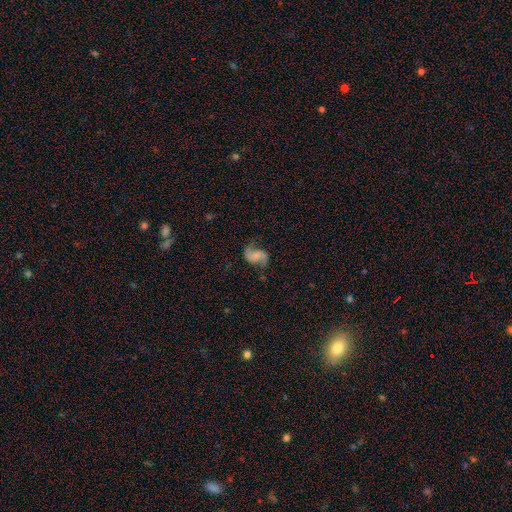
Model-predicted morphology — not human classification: This appears to be a featured or disk galaxy (75%) with no bar (49%), 2 (92%) loose (66%) spiral arms (95%) and no central bulge (59%). Merging: none (68%).